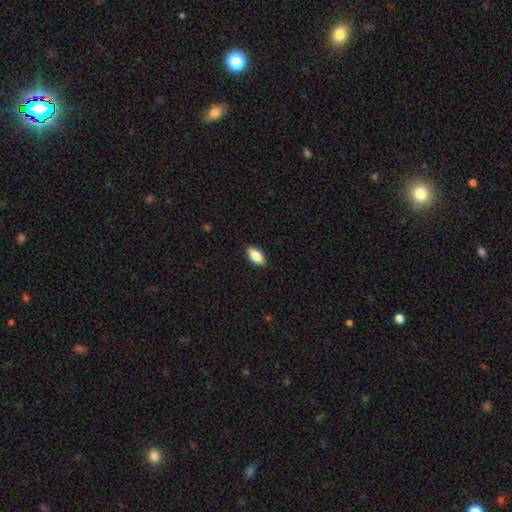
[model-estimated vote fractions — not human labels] Smooth or featured: smooth — 79% (featured or disk — 14%)
How rounded: in between — 88% (cigar-shaped — 9%)
Merging: none — 88% (minor disturbance — 9%)